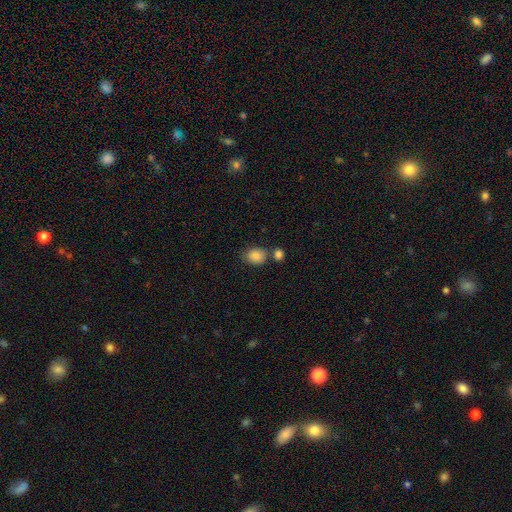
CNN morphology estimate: Smooth or featured?
  - smooth: 85% *
  - star or artifact: 9%
  - featured or disk: 6%
How rounded?
  - in between: 52% *
  - round: 47%
  - cigar-shaped: 1%
Merging?
  - none: 66% *
  - merger: 18%
  - minor disturbance: 13%
  - major disturbance: 3%